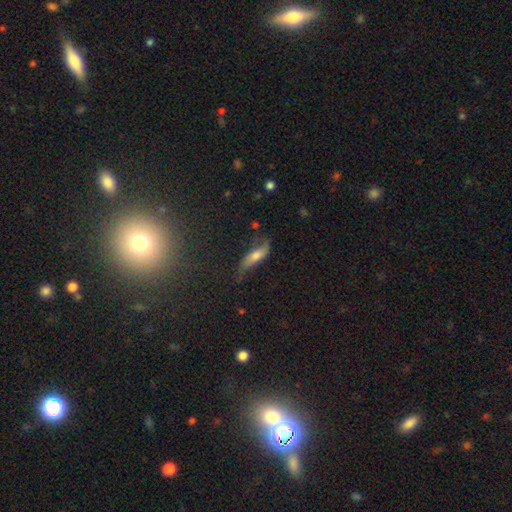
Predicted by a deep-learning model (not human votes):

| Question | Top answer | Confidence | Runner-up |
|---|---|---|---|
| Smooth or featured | featured or disk | 47% | smooth (43%) |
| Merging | none | 48% | minor disturbance (31%) |